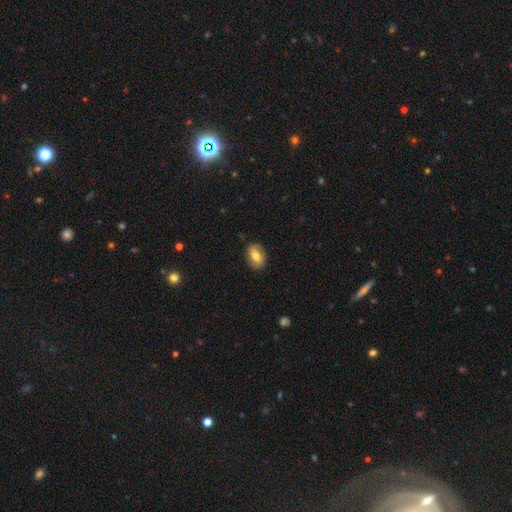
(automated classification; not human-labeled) smooth_or_featured: smooth (p=0.68) [alt: featured or disk p=0.24]
how_rounded: in between (p=0.84) [alt: round p=0.13]
merging: none (p=0.83) [alt: minor disturbance p=0.13]